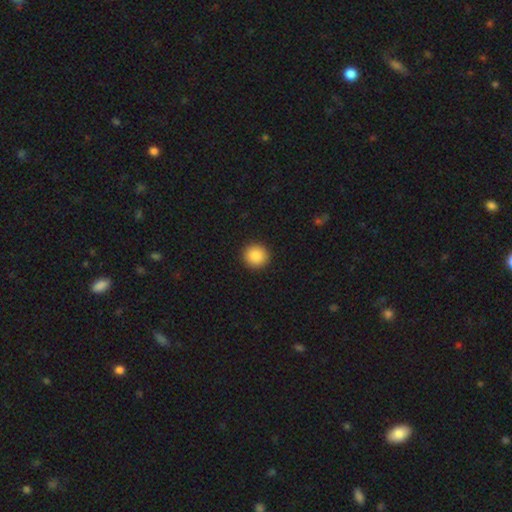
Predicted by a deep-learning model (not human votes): smooth_or_featured: smooth (p=0.88) [alt: star or artifact p=0.09]
how_rounded: round (p=0.94) [alt: in between p=0.05]
merging: none (p=0.93) [alt: minor disturbance p=0.04]